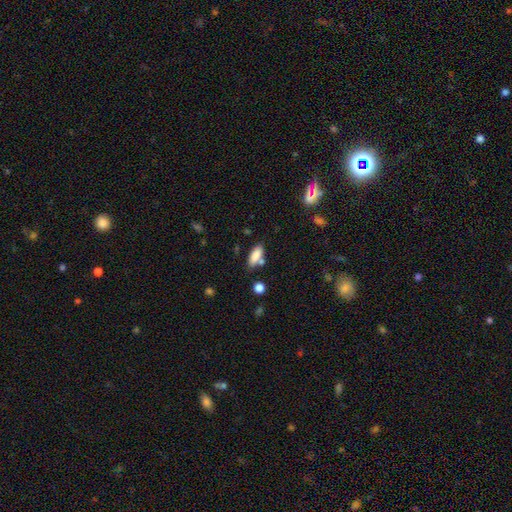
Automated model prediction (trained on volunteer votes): smooth_or_featured: smooth (p=0.84) [alt: featured or disk p=0.08]
how_rounded: in between (p=0.75) [alt: cigar-shaped p=0.23]
merging: none (p=0.67) [alt: minor disturbance p=0.15]